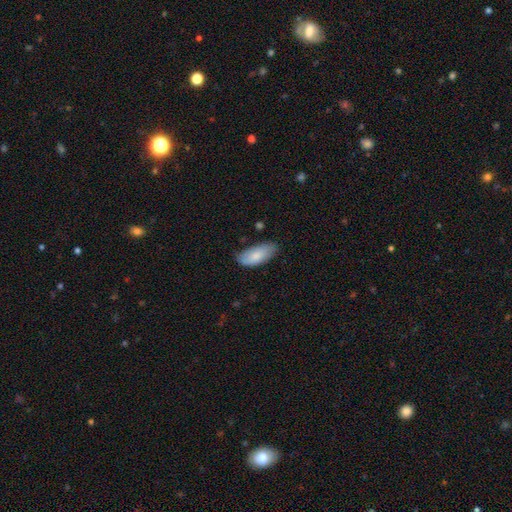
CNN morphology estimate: smooth-or-featured: smooth: 81% | featured or disk: 13% | star or artifact: 6%
  how-rounded: in between: 89% | cigar-shaped: 9% | round: 2%
  merging: none: 72% | minor disturbance: 23% | major disturbance: 3% | merger: 2%